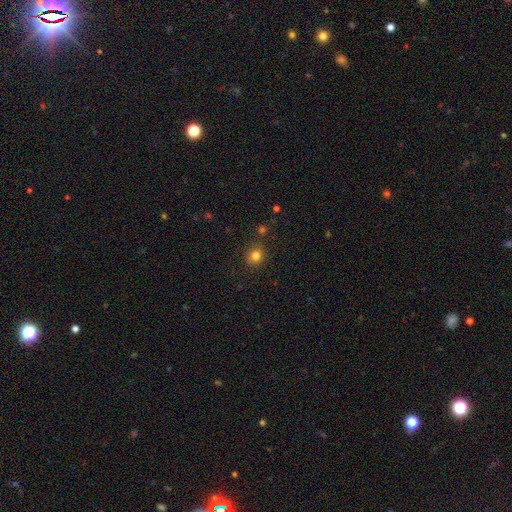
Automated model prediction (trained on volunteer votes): A smooth galaxy with no disk features (79%) that is round (81%). Merging: none (84%).